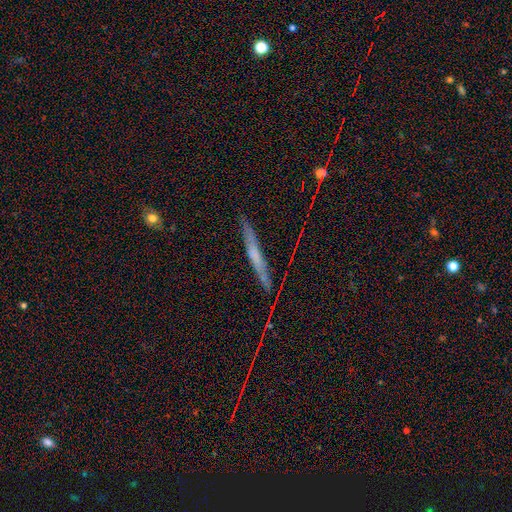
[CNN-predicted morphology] The model was most divided on "smooth or featured": featured or disk: 49%, smooth: 37%, star or artifact: 14%. More confident: merging — none (85%).